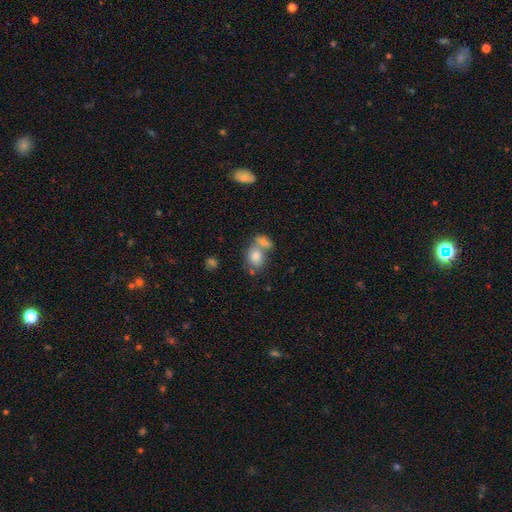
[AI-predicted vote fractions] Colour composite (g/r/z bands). It shows a smooth galaxy with no disk features (78%) that is in between round and cigar-shaped (59%). Merging: merger (51%).